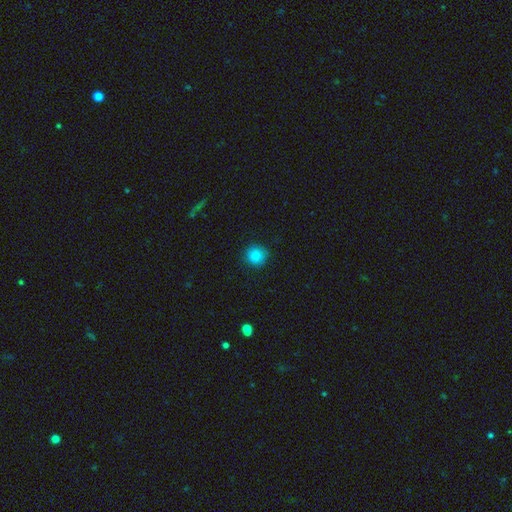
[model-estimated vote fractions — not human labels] Q: Smooth or featured?
A: smooth (86%); runner-up: star or artifact (10%)
Q: How rounded?
A: round (92%); runner-up: in between (7%)
Q: Merging?
A: none (89%); runner-up: minor disturbance (8%)